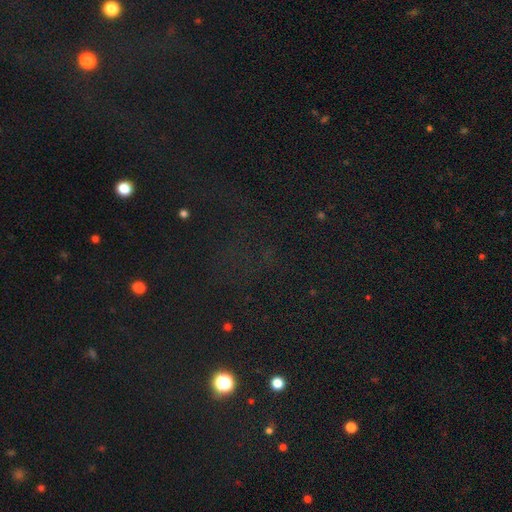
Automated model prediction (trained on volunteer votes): Smooth or featured? Predicted: star or artifact (p=0.74).